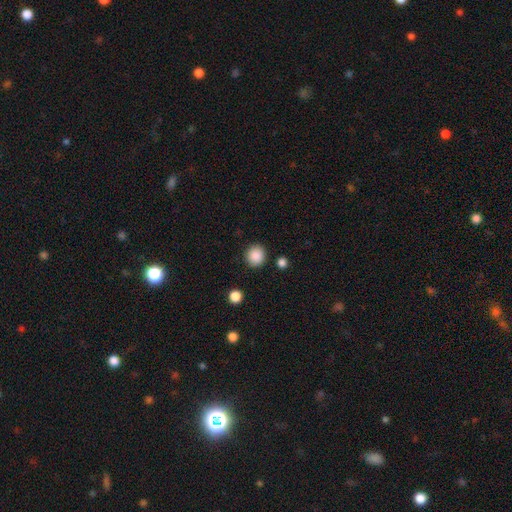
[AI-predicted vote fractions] Morphology: type=smooth (88%); roundness=round (89%); merging=none (88%).